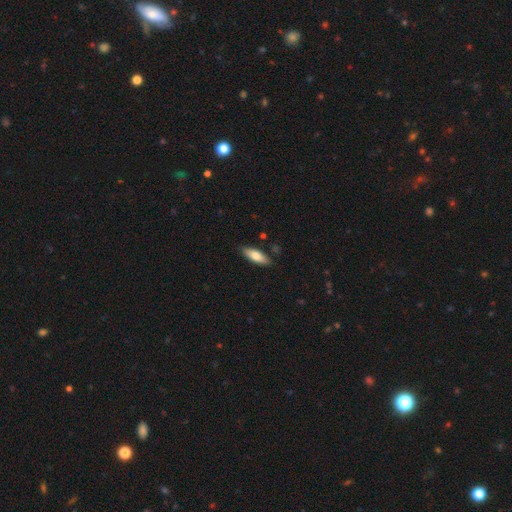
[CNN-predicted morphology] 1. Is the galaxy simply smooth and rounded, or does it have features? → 74% smooth, 20% featured or disk, 6% star or artifact.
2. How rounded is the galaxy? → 62% in between, 36% cigar-shaped, 2% round.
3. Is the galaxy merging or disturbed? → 84% none, 12% minor disturbance, 2% major disturbance, 2% merger.